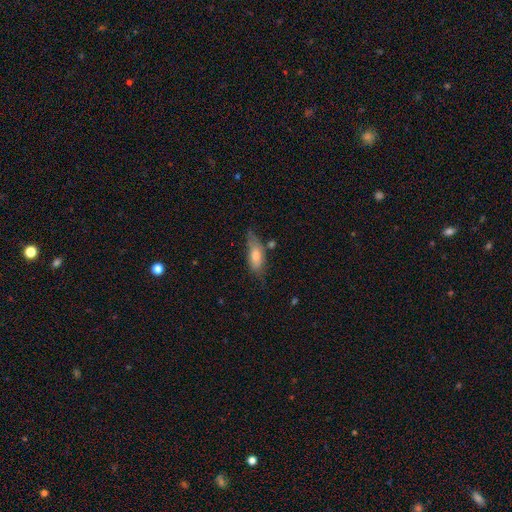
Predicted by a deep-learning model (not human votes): Morphology: type=smooth (72%); roundness=in between (72%); merging=none (55%).